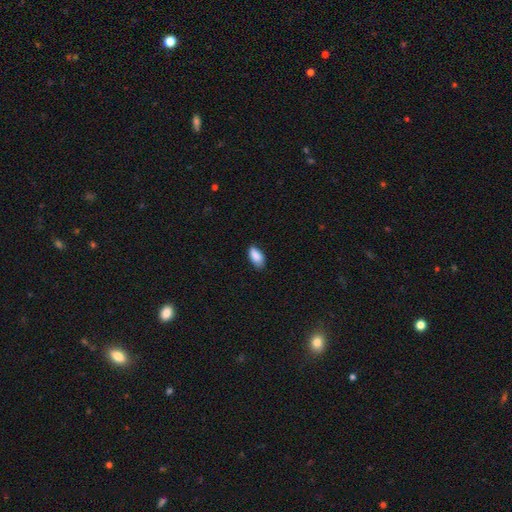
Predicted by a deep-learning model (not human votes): Smooth or featured? Predicted: smooth (p=0.88). How rounded? Predicted: in between (p=0.92). Merging? Predicted: none (p=0.76).